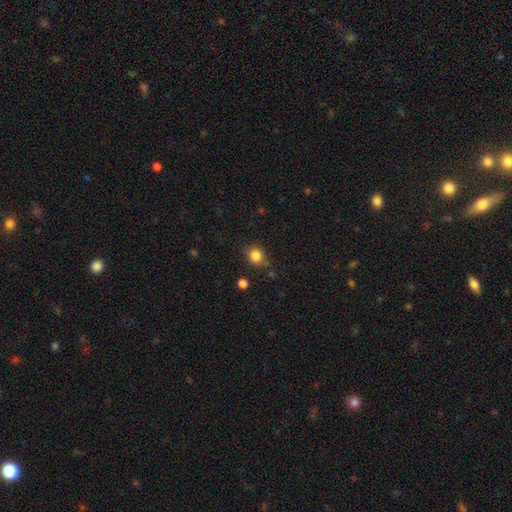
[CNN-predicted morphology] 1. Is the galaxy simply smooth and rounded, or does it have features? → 84% smooth, 11% star or artifact, 5% featured or disk.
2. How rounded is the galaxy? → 80% round, 19% in between, 1% cigar-shaped.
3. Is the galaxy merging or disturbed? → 78% none, 15% minor disturbance, 4% major disturbance, 3% merger.